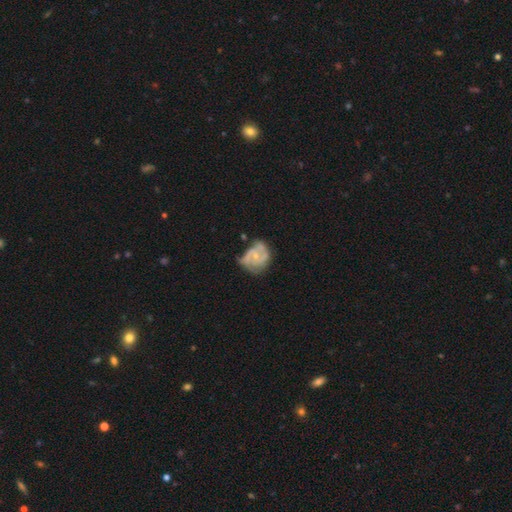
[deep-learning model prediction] Smooth or featured?
  - featured or disk: 73% *
  - smooth: 21%
  - star or artifact: 7%
Edge-on disk?
  - no: 98% *
  - yes: 2%
Bar?
  - no: 67% *
  - weak: 27%
  - strong: 6%
Spiral arms?
  - yes: 77% *
  - no: 23%
Spiral winding?
  - tight: 42% * (tied)
  - medium: 42% * (tied)
  - loose: 17%
Spiral arm count?
  - 2: 36% *
  - can't tell: 27%
  - 3: 25%
  - 1: 5%
  - 4: 4%
  - more than 4: 3%
Bulge size?
  - small: 63% *
  - moderate: 29%
  - none: 6%
  - large: 1%
  - dominant: 1%
Merging?
  - none: 40% *
  - minor disturbance: 30%
  - major disturbance: 23%
  - merger: 7%